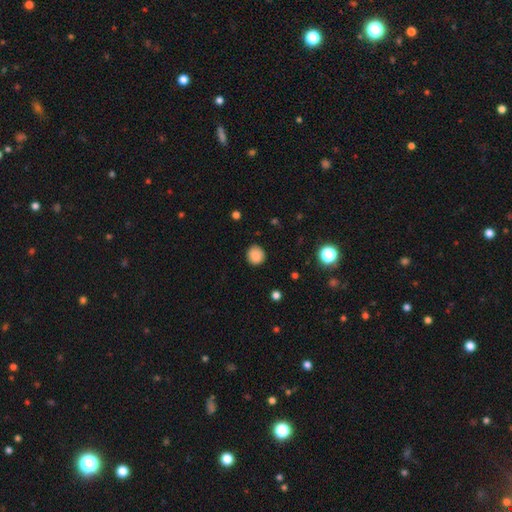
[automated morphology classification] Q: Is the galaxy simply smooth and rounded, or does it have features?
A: smooth — 84%.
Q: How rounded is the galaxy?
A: round — 87%.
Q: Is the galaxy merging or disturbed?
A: none — 85%.